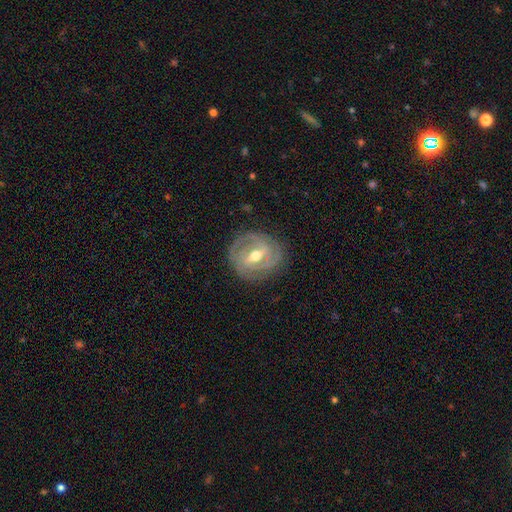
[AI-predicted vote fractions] Overall: featured or disk (86%). Edge-on disk: no (96%). Bar: weak (46%; strong 41%). Spiral arms: yes (92%). Spiral arm count: 2 (43%; 3 23%). Spiral winding: tight (70%). Bulge size: moderate (76%). Merging: none (82%).